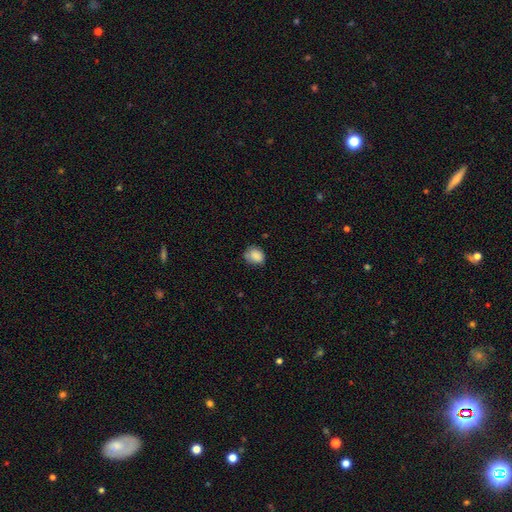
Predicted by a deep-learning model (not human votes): Overall: smooth (85%). How rounded: in between (54%; round 45%). Merging: none (63%; minor disturbance 29%).